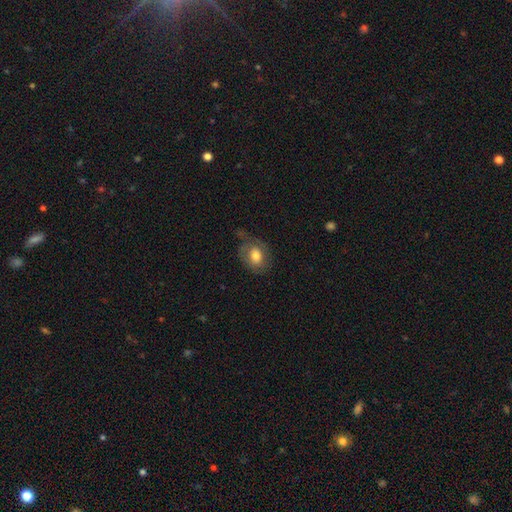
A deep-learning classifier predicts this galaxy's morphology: smooth-or-featured: smooth: 67% | featured or disk: 25% | star or artifact: 8%
  how-rounded: in between: 55% | round: 44% | cigar-shaped: 1%
  merging: none: 49% | minor disturbance: 28% | major disturbance: 20% | merger: 3%